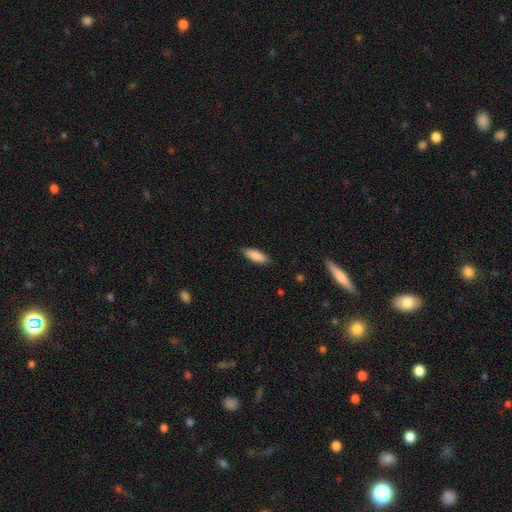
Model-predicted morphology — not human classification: Smooth or featured? smooth (86%)
How rounded? in between (65%)
Merging? none (84%)